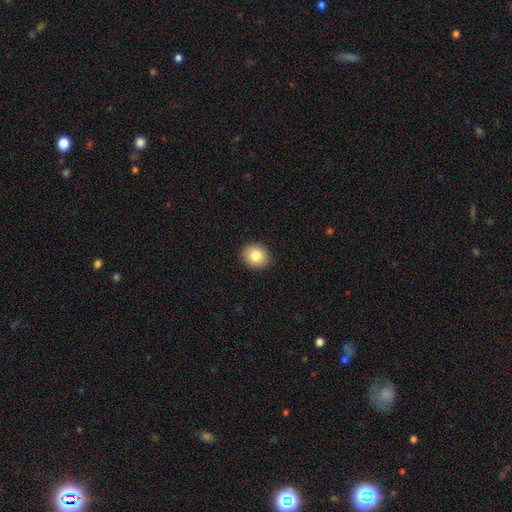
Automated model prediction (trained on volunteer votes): smooth 84%, star or artifact 9%, featured or disk 8%. Down the decision tree: how rounded — round (81%); merging — none (92%).